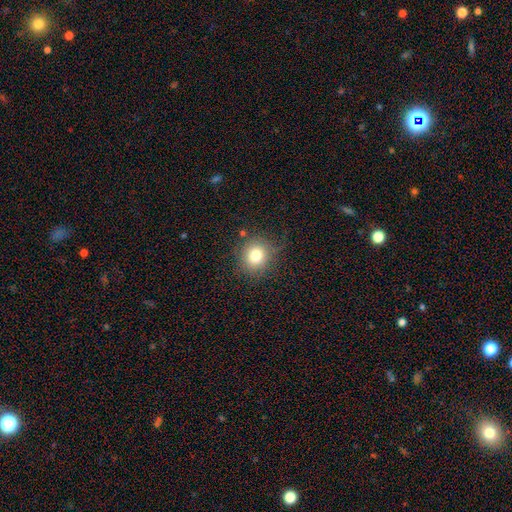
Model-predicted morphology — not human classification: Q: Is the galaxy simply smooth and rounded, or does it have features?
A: smooth — 76%.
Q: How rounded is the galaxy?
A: round — 85%.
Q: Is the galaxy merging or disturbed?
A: none — 78%.